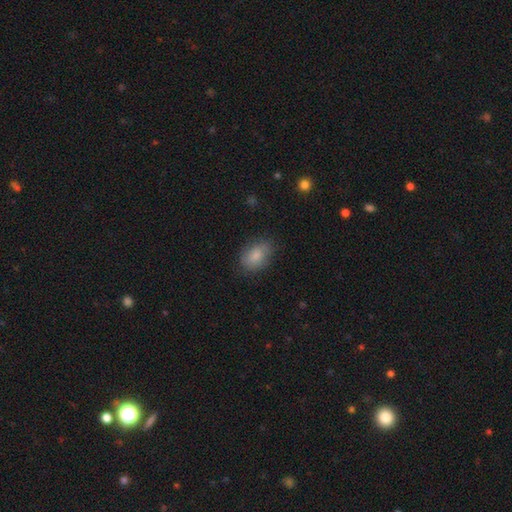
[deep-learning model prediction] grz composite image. It shows a smooth galaxy with no disk features (82%) that is in between round and cigar-shaped (85%). Merging: none (76%).